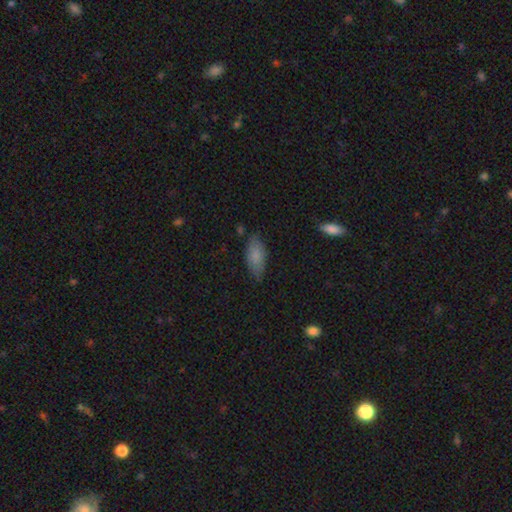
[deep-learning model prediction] A smooth galaxy with no disk features (82%) that is in between round and cigar-shaped (86%). Merging: none (73%).